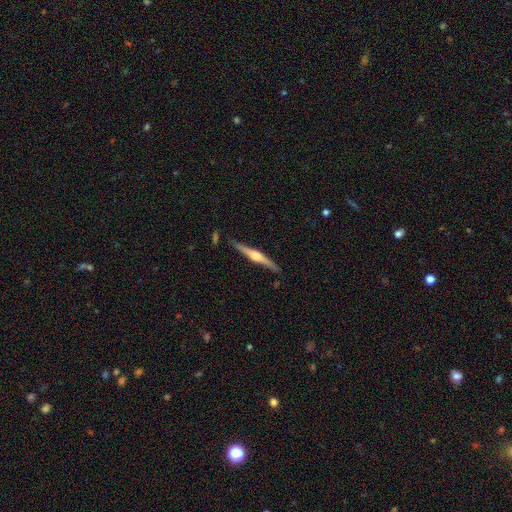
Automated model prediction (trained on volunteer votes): Smooth or featured: featured or disk — 78% (smooth — 17%)
Edge-on disk: yes — 98% (no — 2%)
Edge-on bulge: rounded — 86% (boxy — 10%)
Merging: none — 86% (minor disturbance — 10%)